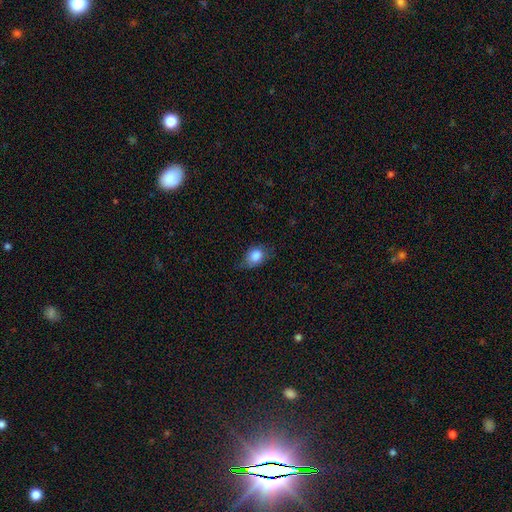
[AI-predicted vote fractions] Overall: smooth (82%). How rounded: in between (60%; round 38%). Merging: none (58%; minor disturbance 32%).